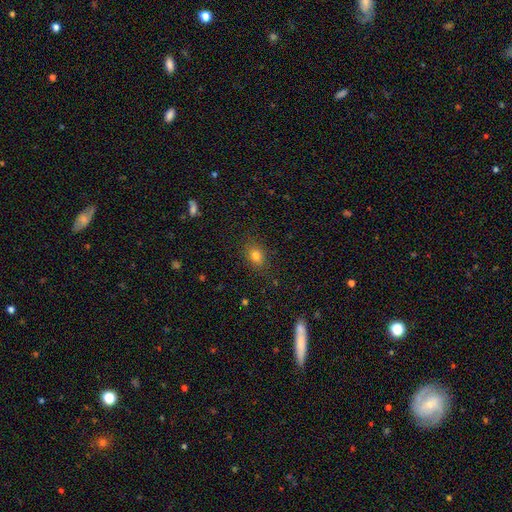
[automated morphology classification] smooth 79%, star or artifact 13%, featured or disk 8%. Down the decision tree: how rounded — in between (60%); merging — none (84%).